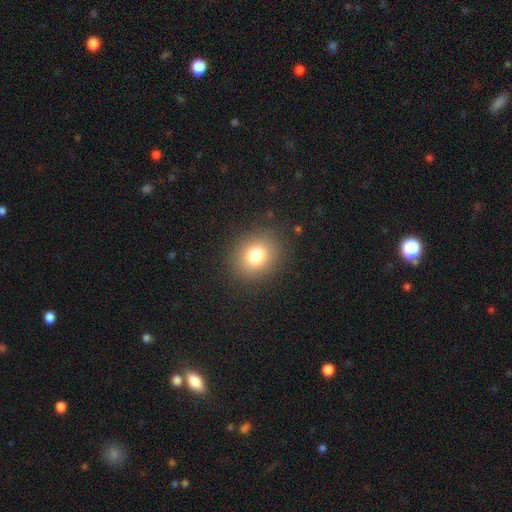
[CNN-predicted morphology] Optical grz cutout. It shows a smooth galaxy with no disk features (78%) that is round (70%). Merging: none (88%).